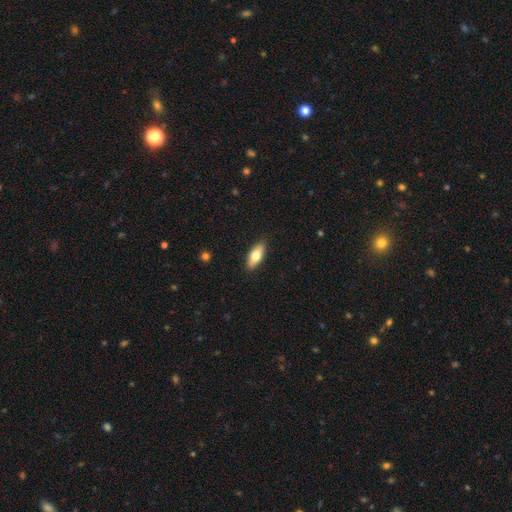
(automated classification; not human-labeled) smooth 73%, featured or disk 21%, star or artifact 6%. Down the decision tree: how rounded — in between (79%); merging — none (89%).